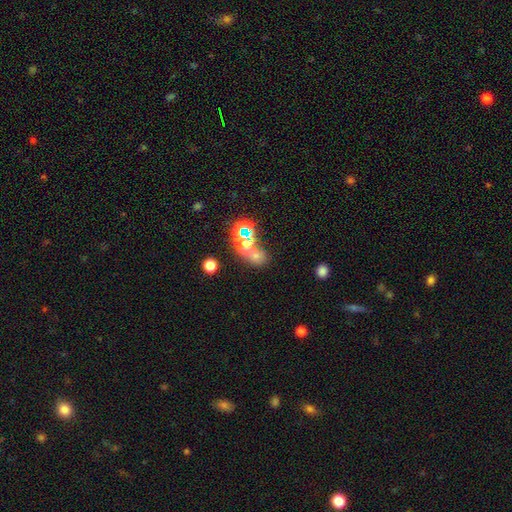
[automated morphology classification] Smooth or featured: star or artifact — 47% (smooth — 39%)